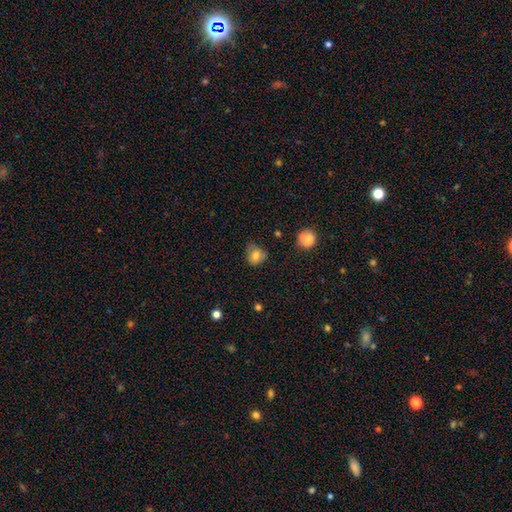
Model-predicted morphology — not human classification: Overall: smooth (78%). How rounded: round (75%). Merging: none (60%; minor disturbance 30%).